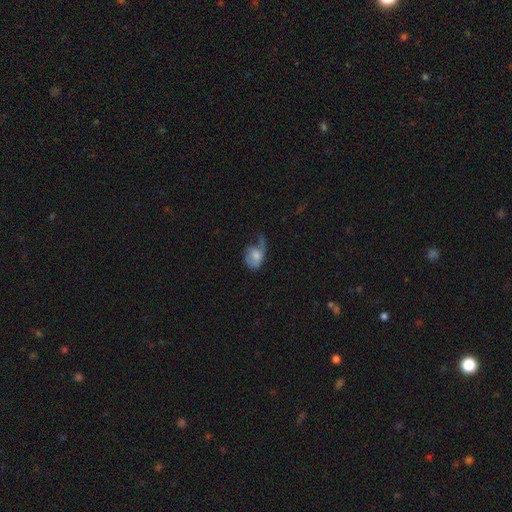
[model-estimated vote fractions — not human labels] Smooth or featured? Predicted: smooth (p=0.56). How rounded? Predicted: in between (p=0.79). Merging? Predicted: major disturbance (p=0.46).